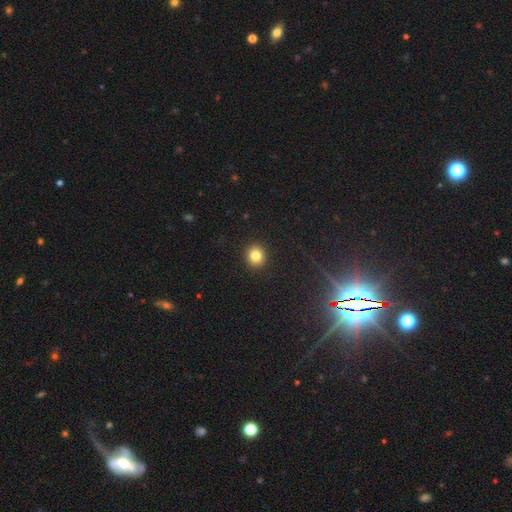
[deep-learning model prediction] This appears to be a smooth galaxy with no disk features (82%) that is round (87%). Merging: none (93%).